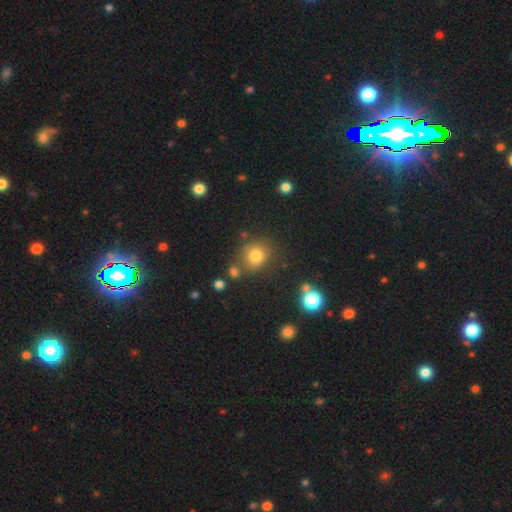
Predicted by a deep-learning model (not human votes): Smooth or featured? Predicted: smooth (p=0.78). How rounded? Predicted: round (p=0.81). Merging? Predicted: none (p=0.72).